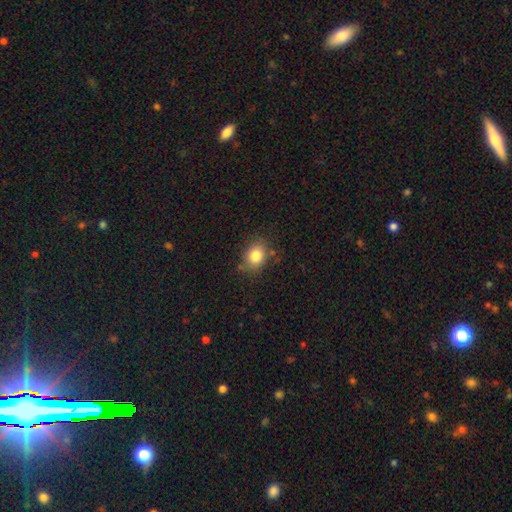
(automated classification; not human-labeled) Smooth or featured: smooth — 82% (star or artifact — 10%)
How rounded: in between — 53% (round — 46%)
Merging: none — 76% (minor disturbance — 17%)